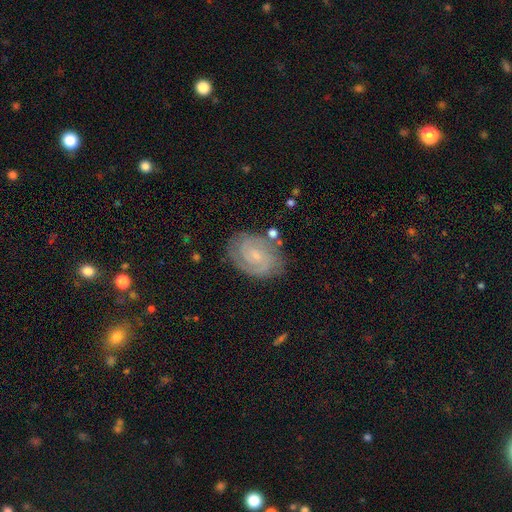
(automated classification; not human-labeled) A featured or disk galaxy (83%) with no bar (55%), 2 (68%) tight (62%) spiral arms (96%) and a small central bulge (73%).

Vote fractions:
- Smooth or featured? featured or disk: 83% / smooth: 11% / star or artifact: 7%
- Edge-on disk? no: 98% / yes: 2%
- Bar? no: 55% / weak: 38% / strong: 7%
- Spiral arms? yes: 96% / no: 4%
- Spiral winding? tight: 62% / medium: 32% / loose: 6%
- Spiral arm count? 2: 68% / can't tell: 13% / 3: 11% / 1: 3% / 4: 3% / more than 4: 2%
- Bulge size? small: 73% / moderate: 18% / none: 7% / large: 1% / dominant: 1%
- Merging? none: 79% / minor disturbance: 14% / major disturbance: 4% / merger: 3%